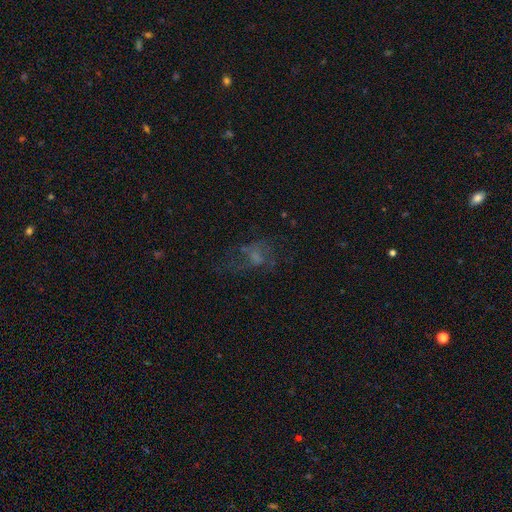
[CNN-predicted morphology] Q: Smooth or featured?
A: featured or disk (43%); runner-up: smooth (33%)
Q: Merging?
A: major disturbance (40%); runner-up: none (39%)